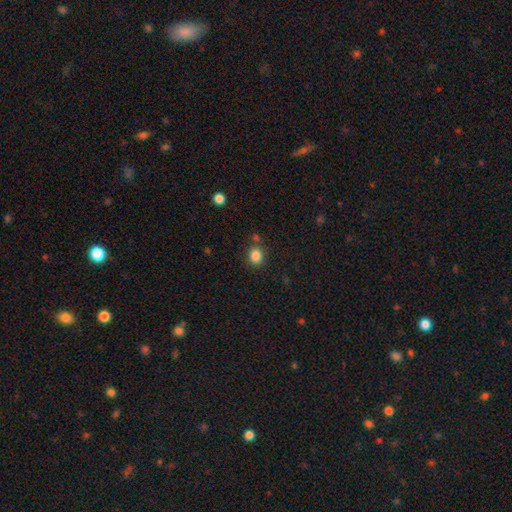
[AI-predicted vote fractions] Morphology: type=smooth (85%); roundness=round (75%); merging=none (79%).